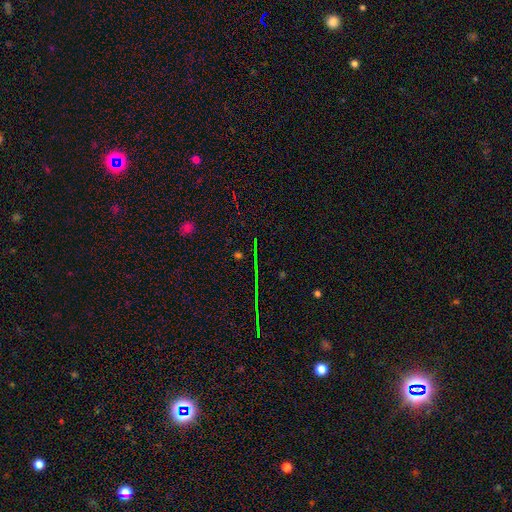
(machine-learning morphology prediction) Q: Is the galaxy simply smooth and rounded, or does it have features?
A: star or artifact — 75%.